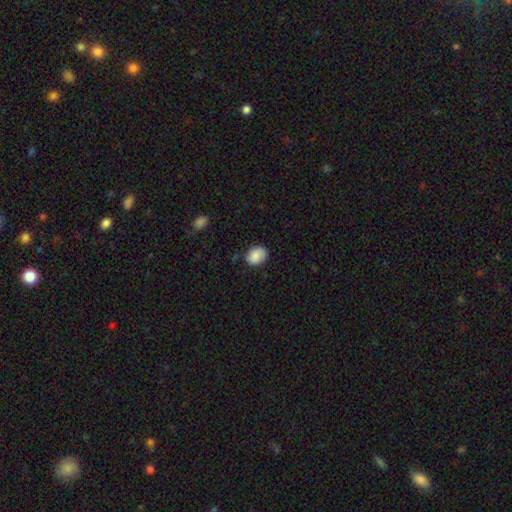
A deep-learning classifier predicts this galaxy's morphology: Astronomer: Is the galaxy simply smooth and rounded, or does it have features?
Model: smooth — 84%.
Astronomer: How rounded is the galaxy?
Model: round — 50%, tied with in between at 50%.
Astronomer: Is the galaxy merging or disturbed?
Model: none — 75%.